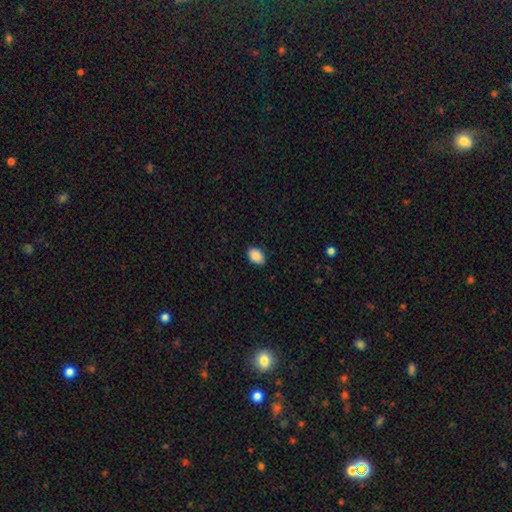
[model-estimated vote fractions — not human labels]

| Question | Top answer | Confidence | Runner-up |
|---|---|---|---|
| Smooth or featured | smooth | 89% | star or artifact (7%) |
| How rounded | in between | 84% | round (15%) |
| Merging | none | 86% | minor disturbance (11%) |